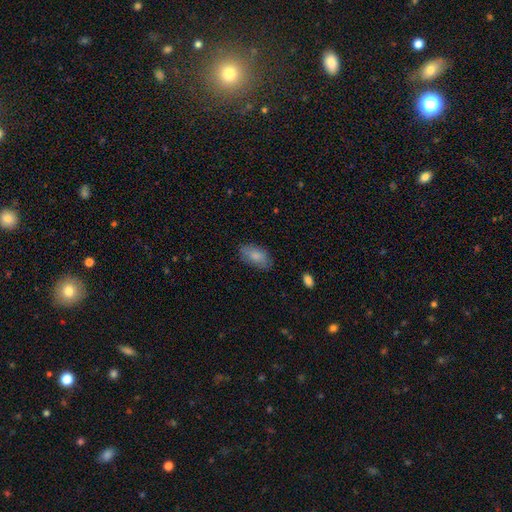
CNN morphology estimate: smooth 83%, featured or disk 10%, star or artifact 7%. Down the decision tree: how rounded — in between (93%); merging — none (79%).